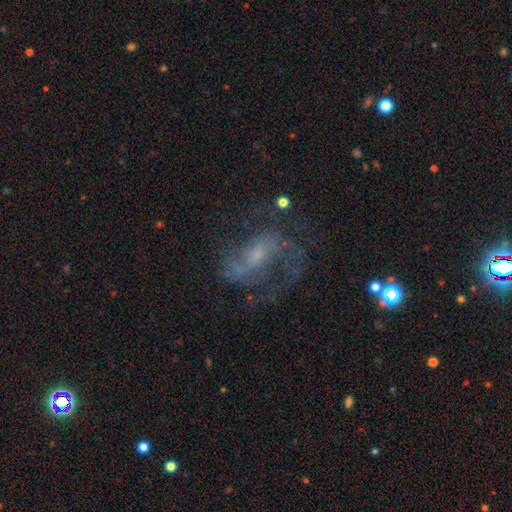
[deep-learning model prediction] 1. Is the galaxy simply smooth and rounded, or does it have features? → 73% featured or disk, 14% smooth, 13% star or artifact.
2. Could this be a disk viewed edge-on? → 96% no, 4% yes.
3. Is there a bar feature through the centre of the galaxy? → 43% no (tied), 43% weak (tied), 14% strong.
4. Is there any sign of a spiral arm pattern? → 81% yes, 19% no.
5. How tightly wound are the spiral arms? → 45% medium, 38% loose, 18% tight.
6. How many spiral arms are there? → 59% 2, 20% can't tell, 9% 1, 7% 3, 3% 4, 2% more than 4.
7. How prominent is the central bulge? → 51% small, 26% moderate, 18% none, 4% large, 1% dominant.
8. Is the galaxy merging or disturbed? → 53% none, 26% major disturbance, 18% minor disturbance, 3% merger.